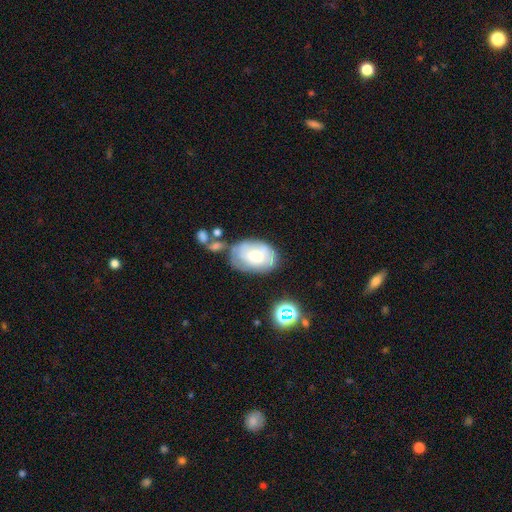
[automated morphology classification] The model was most divided on "smooth or featured": smooth: 49%, featured or disk: 43%, star or artifact: 8%. More confident: merging — none (55%).